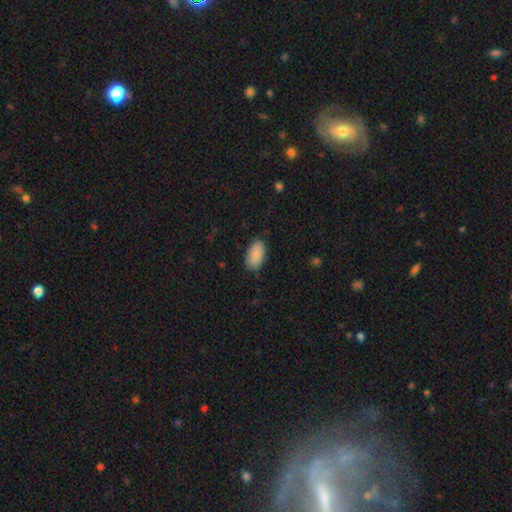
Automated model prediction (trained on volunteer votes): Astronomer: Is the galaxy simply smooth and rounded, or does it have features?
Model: smooth — 88%.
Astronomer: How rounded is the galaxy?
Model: in between — 95%.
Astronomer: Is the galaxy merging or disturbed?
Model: none — 81%.